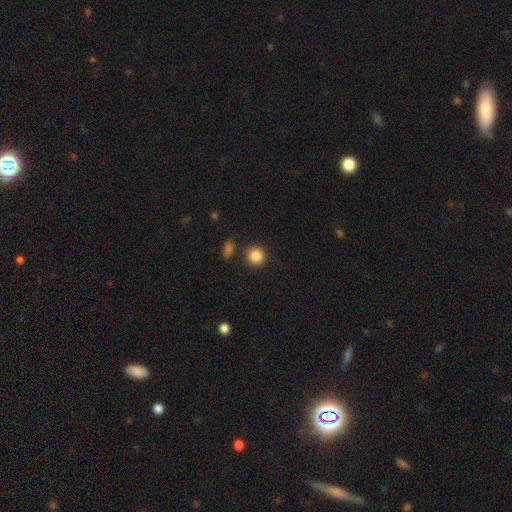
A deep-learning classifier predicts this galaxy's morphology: This is clearly a smooth galaxy (86%). How rounded: clearly round (92%). Merging: clearly none (87%).